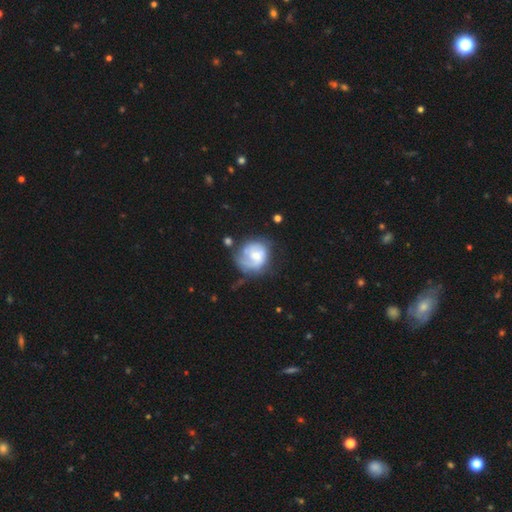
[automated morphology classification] featured or disk 56%, smooth 37%, star or artifact 7%. Down the decision tree: edge-on disk — no (98%); bar — no (62%); spiral arms — yes (75%); bulge size — moderate (41%); merging — none (44%).